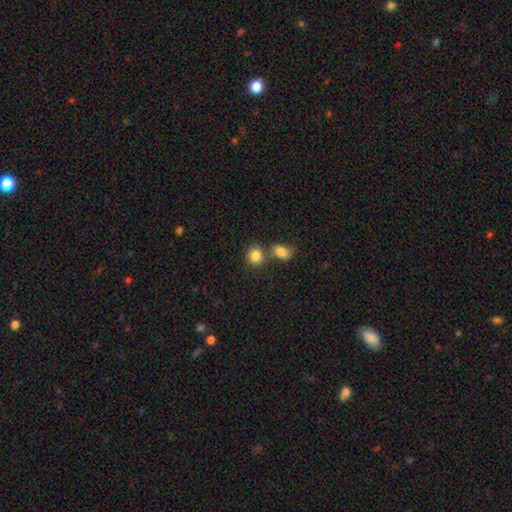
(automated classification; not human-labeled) A smooth galaxy with no disk features (84%) that is round (69%).

Vote fractions:
- Smooth or featured? smooth: 84% / star or artifact: 10% / featured or disk: 6%
- How rounded? round: 69% / in between: 29% / cigar-shaped: 1%
- Merging? none: 56% / merger: 31% / minor disturbance: 10% / major disturbance: 3%